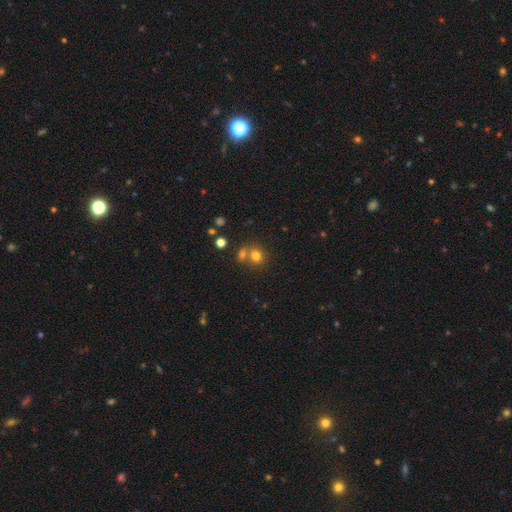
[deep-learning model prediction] Smooth or featured?
  - smooth: 75% *
  - star or artifact: 15%
  - featured or disk: 10%
How rounded?
  - round: 78% *
  - in between: 21%
  - cigar-shaped: 1%
Merging?
  - none: 51% *
  - merger: 38%
  - minor disturbance: 8%
  - major disturbance: 3%